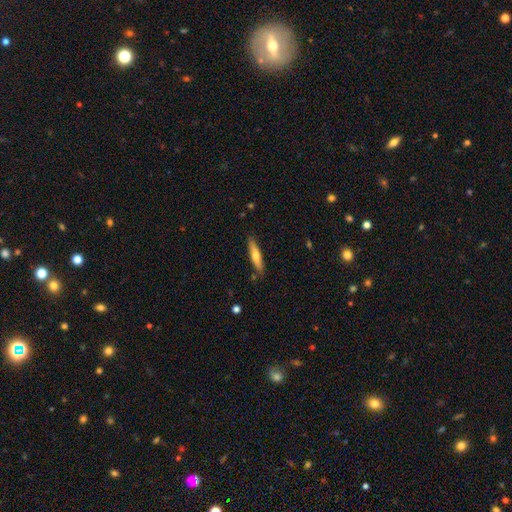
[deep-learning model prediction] A smooth galaxy with no disk features (60%) that is cigar-shaped (82%). Merging: none (85%).